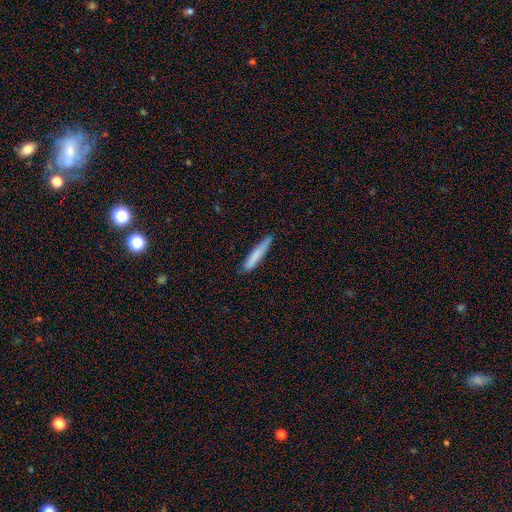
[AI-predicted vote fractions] This is likely a smooth galaxy (78%). How rounded: clearly cigar-shaped (94%). Merging: clearly none (82%).